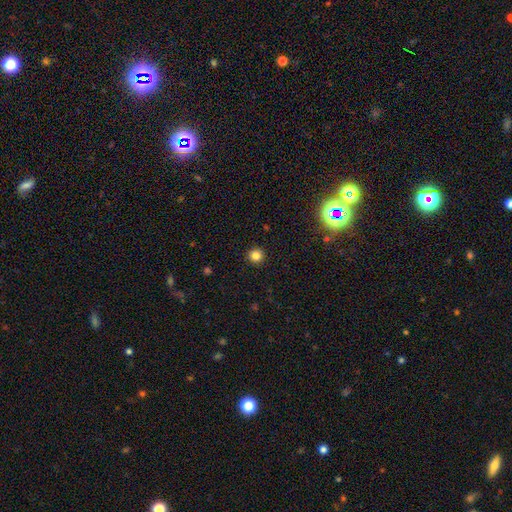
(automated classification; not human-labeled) Q: Smooth or featured?
A: smooth (82%); runner-up: star or artifact (13%)
Q: How rounded?
A: round (94%); runner-up: in between (5%)
Q: Merging?
A: none (92%); runner-up: minor disturbance (5%)